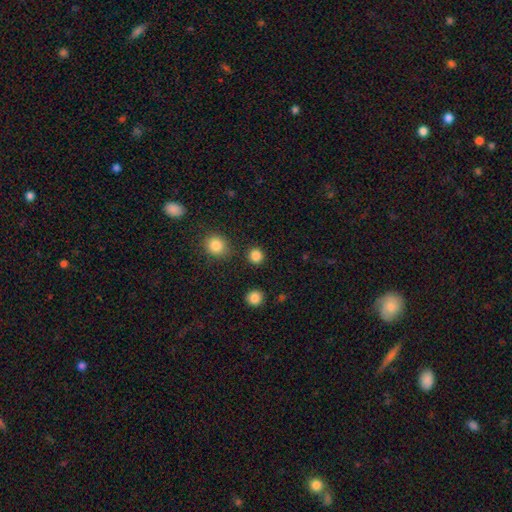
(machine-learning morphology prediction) A smooth galaxy with no disk features (85%) that is round (92%). Merging: none (89%).